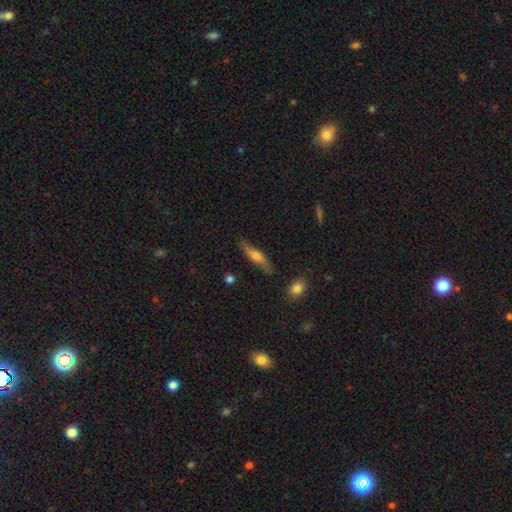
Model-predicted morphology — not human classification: Smooth or featured? Predicted: smooth (p=0.50). Merging? Predicted: none (p=0.81).